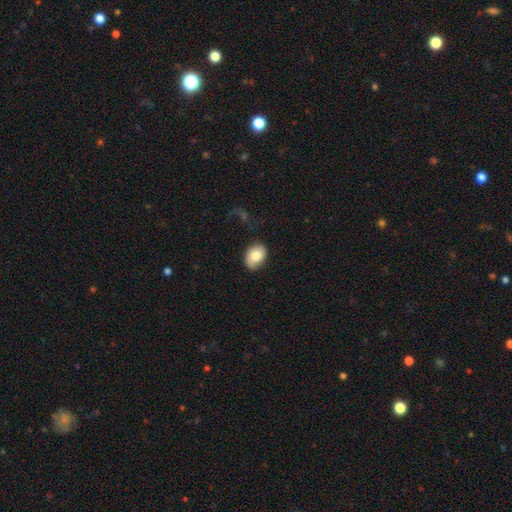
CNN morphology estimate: The model was most divided on "how rounded": in between: 72%, round: 27%, cigar-shaped: 1%. More confident: smooth or featured — smooth (79%); merging — none (76%).